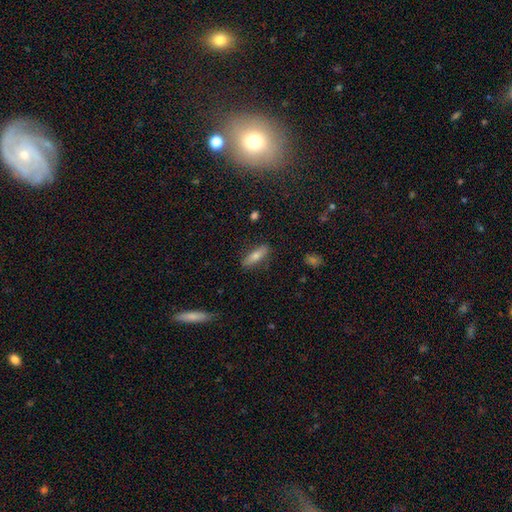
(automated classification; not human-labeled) This appears to be a smooth galaxy with no disk features (61%) that is cigar-shaped (52%). Merging: none (86%).